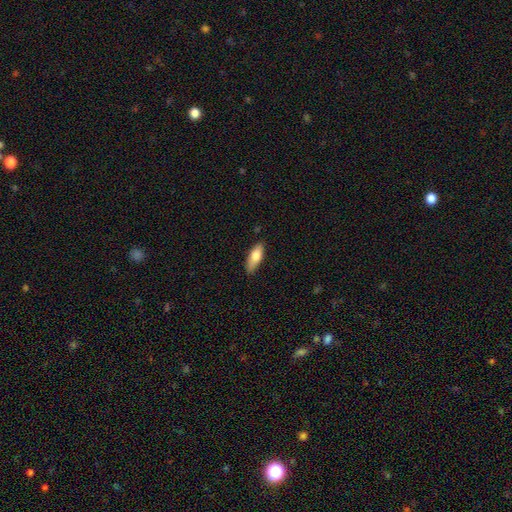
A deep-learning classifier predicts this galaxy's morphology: smooth 74%, featured or disk 20%, star or artifact 6%. Down the decision tree: how rounded — in between (65%); merging — none (82%).